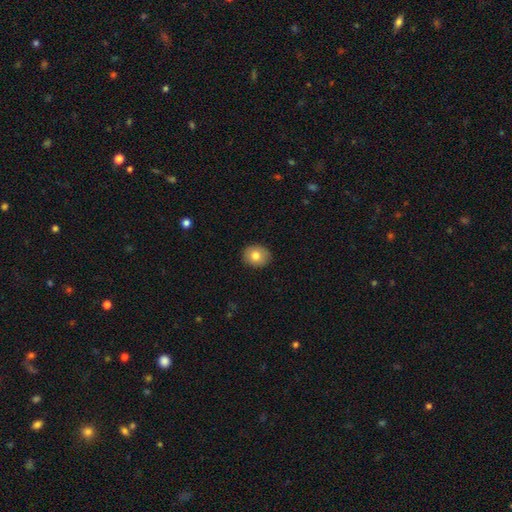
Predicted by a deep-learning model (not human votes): Q: Smooth or featured?
A: smooth (79%); runner-up: featured or disk (13%)
Q: How rounded?
A: round (63%); runner-up: in between (36%)
Q: Merging?
A: none (90%); runner-up: minor disturbance (8%)